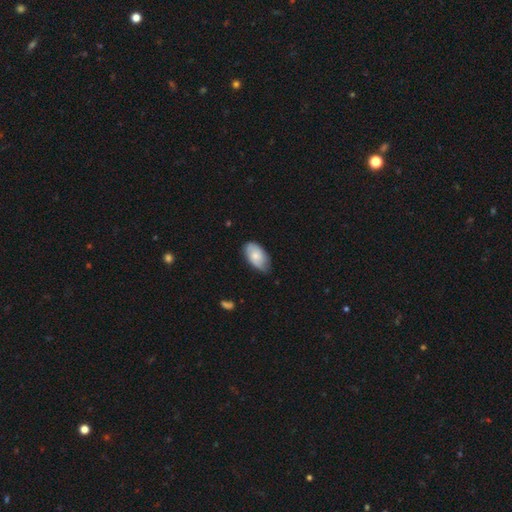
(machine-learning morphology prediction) Smooth or featured? Predicted: smooth (p=0.64). How rounded? Predicted: in between (p=0.93). Merging? Predicted: none (p=0.66).